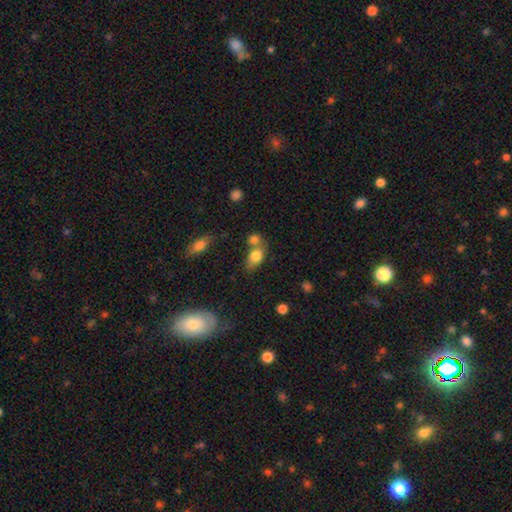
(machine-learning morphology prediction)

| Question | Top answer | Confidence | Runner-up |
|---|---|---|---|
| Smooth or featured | smooth | 79% | featured or disk (12%) |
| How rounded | in between | 73% | round (24%) |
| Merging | merger | 43% | none (39%) |